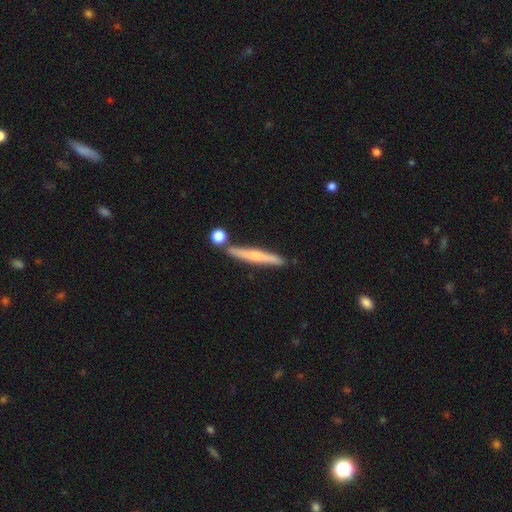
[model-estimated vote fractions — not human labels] Overall: featured or disk (47%; smooth 46%). Merging: none (80%).